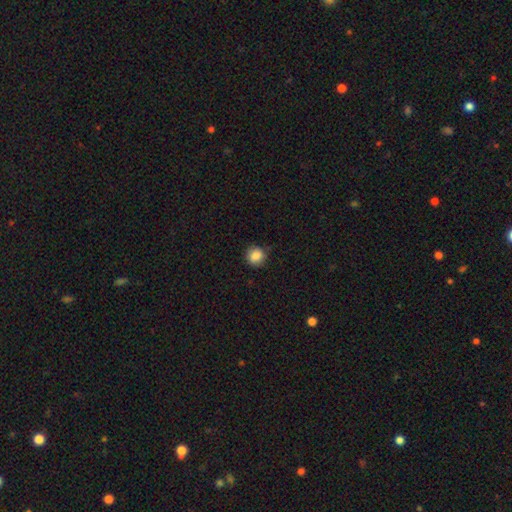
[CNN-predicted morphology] A smooth galaxy with no disk features (85%) that is round (85%).

Vote fractions:
- Smooth or featured? smooth: 85% / star or artifact: 10% / featured or disk: 5%
- How rounded? round: 85% / in between: 14% / cigar-shaped: 1%
- Merging? none: 80% / minor disturbance: 16% / major disturbance: 3% / merger: 1%